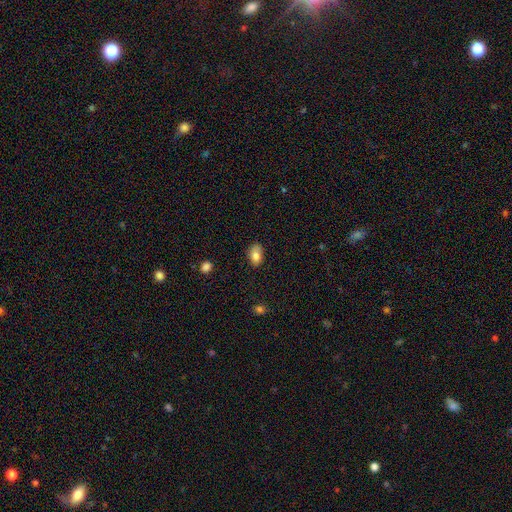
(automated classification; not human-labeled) A smooth galaxy with no disk features (83%) that is in between round and cigar-shaped (86%).

Vote fractions:
- Smooth or featured? smooth: 83% / star or artifact: 8% / featured or disk: 8%
- How rounded? in between: 86% / round: 12% / cigar-shaped: 1%
- Merging? none: 75% / minor disturbance: 20% / major disturbance: 4% / merger: 1%